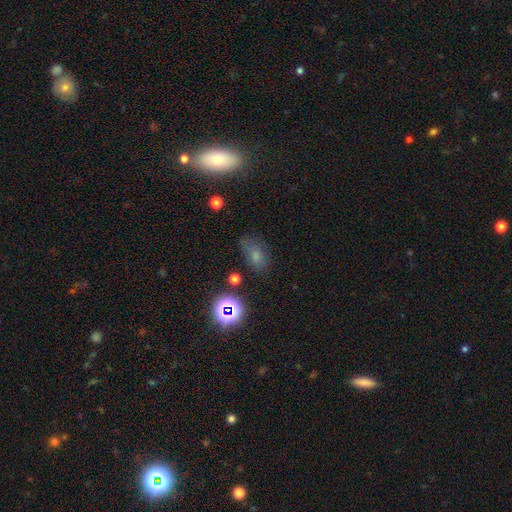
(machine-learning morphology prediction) smooth_or_featured: smooth (p=0.56) [alt: star or artifact p=0.29]
how_rounded: in between (p=0.80) [alt: round p=0.15]
merging: none (p=0.68) [alt: minor disturbance p=0.21]